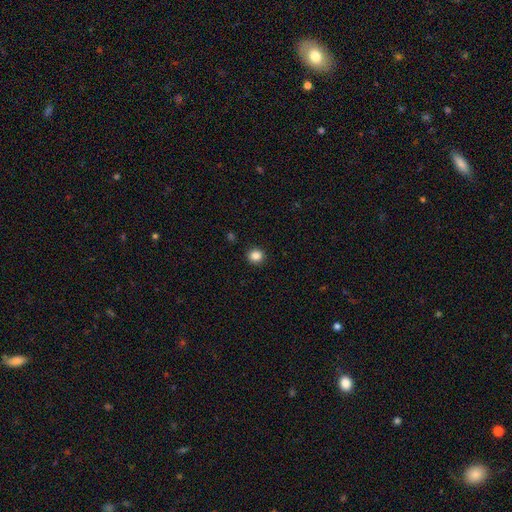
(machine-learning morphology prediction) type=smooth (86%); roundness=round (90%); merging=none (92%).